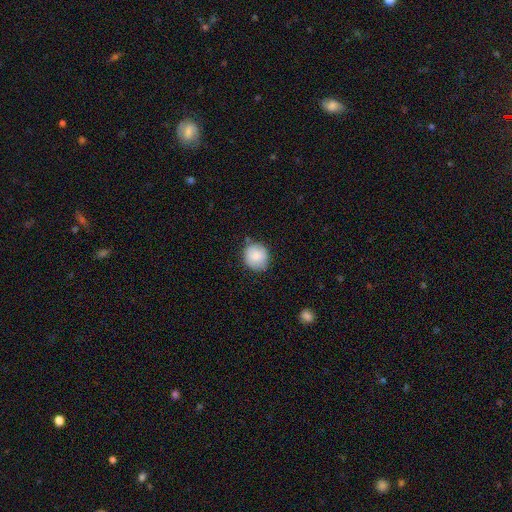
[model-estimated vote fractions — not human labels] smooth-or-featured: smooth: 85% | featured or disk: 7% | star or artifact: 7%
  how-rounded: round: 85% | in between: 14% | cigar-shaped: 1%
  merging: none: 81% | minor disturbance: 14% | major disturbance: 3% | merger: 2%